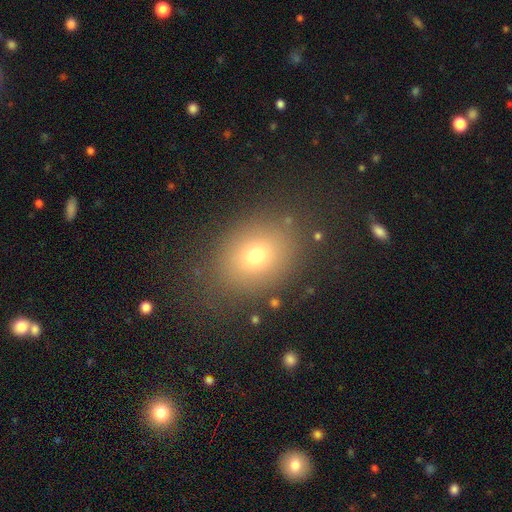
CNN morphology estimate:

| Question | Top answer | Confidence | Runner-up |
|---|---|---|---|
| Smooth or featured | smooth | 74% | star or artifact (15%) |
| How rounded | in between | 54% | round (45%) |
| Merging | none | 80% | minor disturbance (11%) |